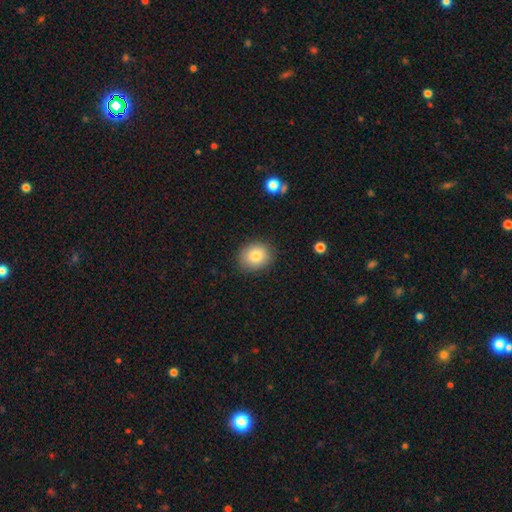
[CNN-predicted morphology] smooth_or_featured: smooth (p=0.82) [alt: star or artifact p=0.09]
how_rounded: round (p=0.71) [alt: in between p=0.28]
merging: none (p=0.86) [alt: minor disturbance p=0.10]